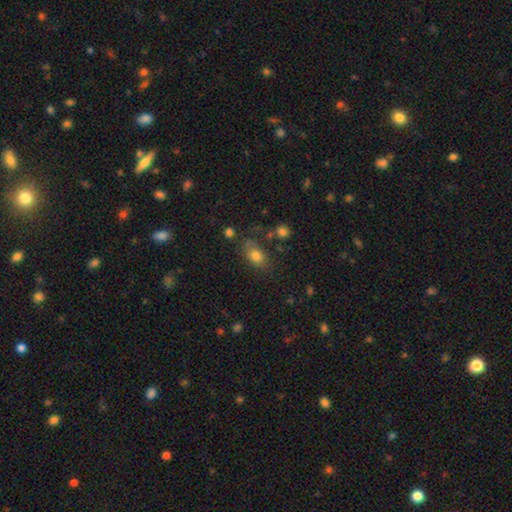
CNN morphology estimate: Smooth or featured? Predicted: smooth (p=0.77). How rounded? Predicted: in between (p=0.75). Merging? Predicted: none (p=0.62).